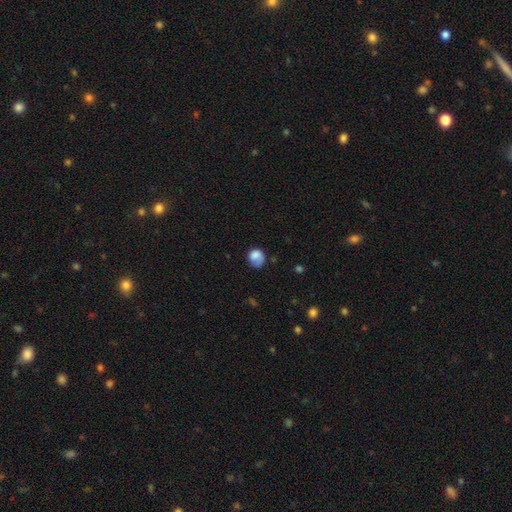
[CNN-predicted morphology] Smooth or featured: smooth — 75% (featured or disk — 17%)
How rounded: round — 66% (in between — 33%)
Merging: none — 50% (minor disturbance — 28%)